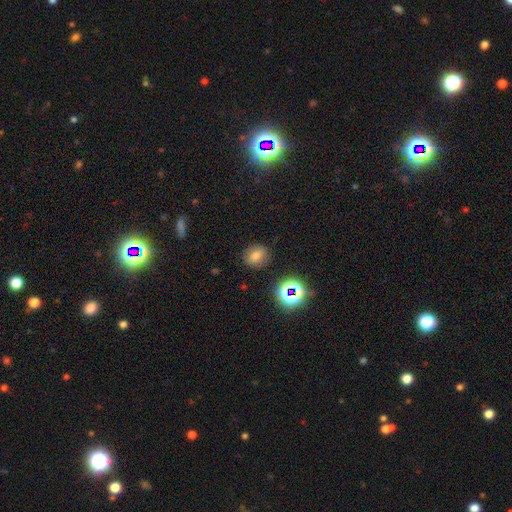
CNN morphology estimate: type=smooth (69%); roundness=round (69%); merging=none (85%).